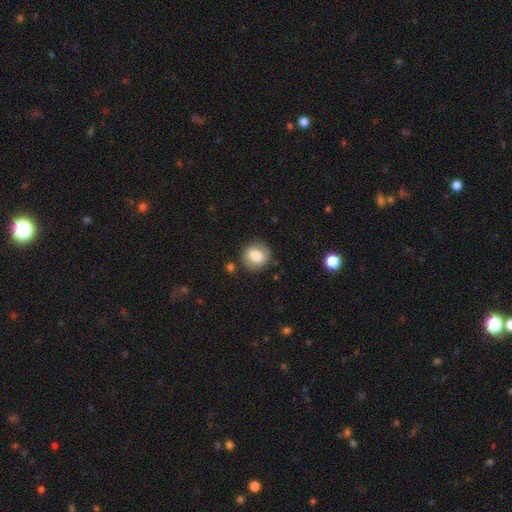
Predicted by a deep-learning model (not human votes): smooth-or-featured: smooth: 80% | featured or disk: 12% | star or artifact: 8%
  how-rounded: round: 83% | in between: 16% | cigar-shaped: 1%
  merging: none: 83% | minor disturbance: 12% | major disturbance: 4% | merger: 2%